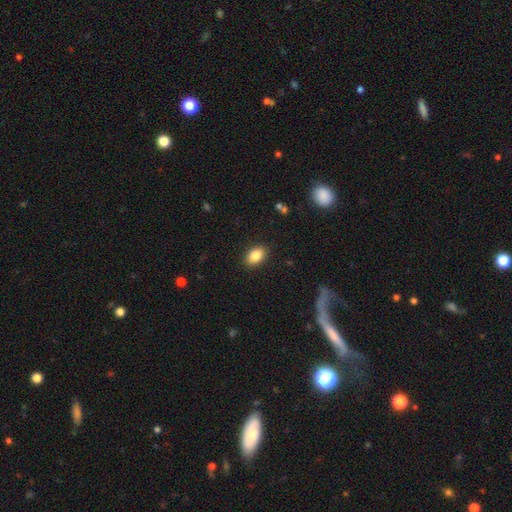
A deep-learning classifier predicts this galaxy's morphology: The model was most divided on "smooth or featured": smooth: 85%, star or artifact: 8%, featured or disk: 7%. More confident: merging — none (89%); how rounded — in between (88%).